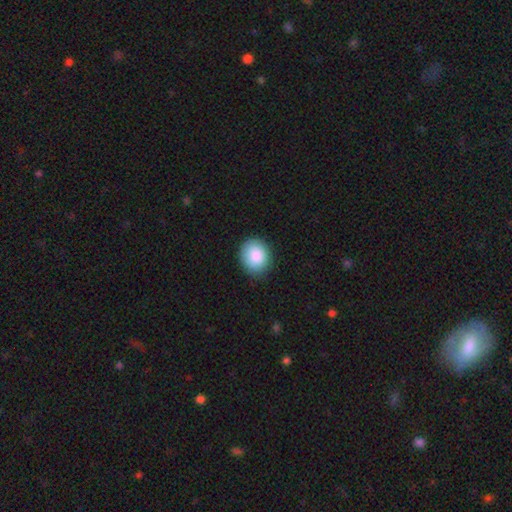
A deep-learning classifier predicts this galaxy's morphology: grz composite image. It shows a smooth galaxy with no disk features (88%) that is round (64%). Merging: none (87%).